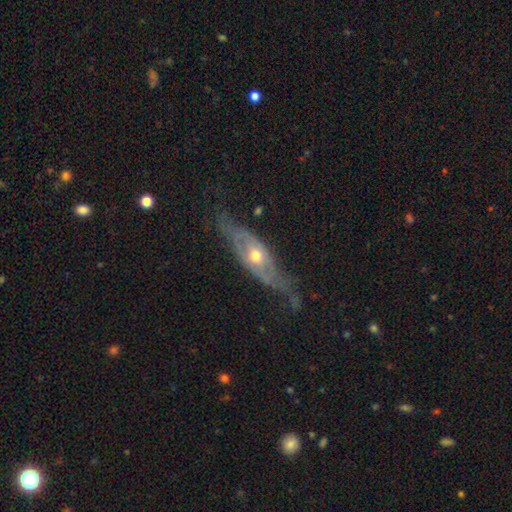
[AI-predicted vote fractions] Smooth or featured? Predicted: featured or disk (p=0.75). Edge-on disk? Predicted: no (p=0.68). Bar? Predicted: no (p=0.76). Spiral arms? Predicted: yes (p=0.63). Bulge size? Predicted: moderate (p=0.72). Merging? Predicted: none (p=0.55).